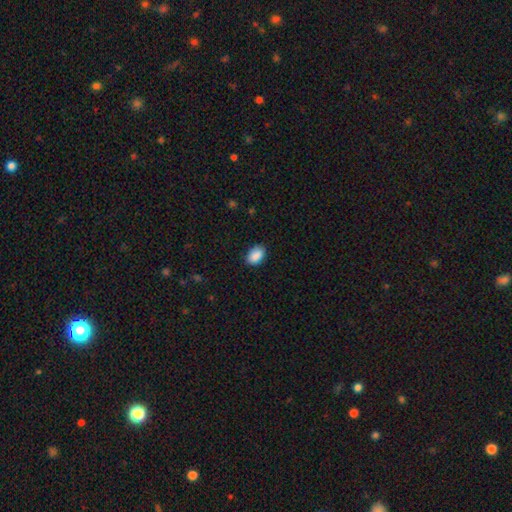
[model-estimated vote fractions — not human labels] This is clearly a smooth galaxy (90%). How rounded: clearly in between (86%). Merging: clearly none (84%).